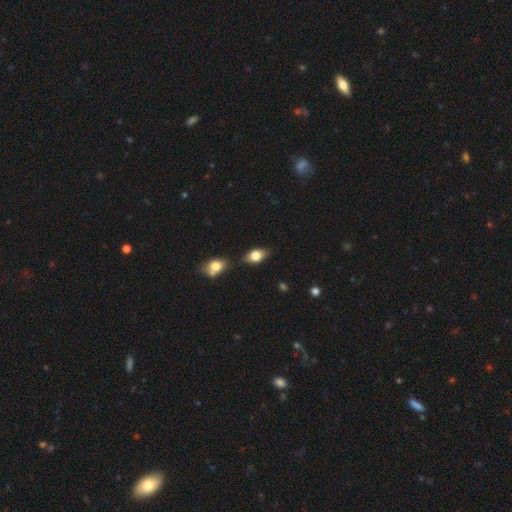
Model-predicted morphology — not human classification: Smooth or featured? smooth (71%)
How rounded? in between (83%)
Merging? none (72%)